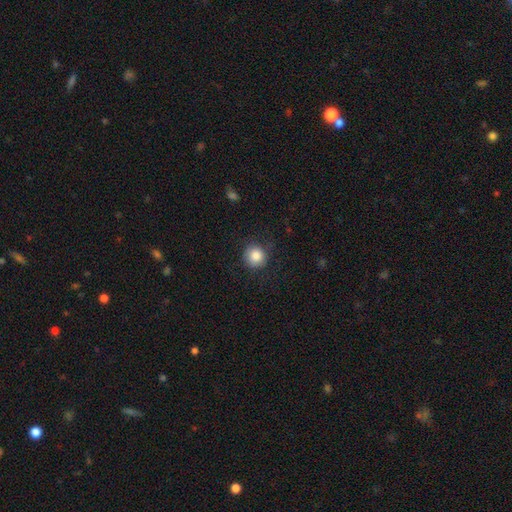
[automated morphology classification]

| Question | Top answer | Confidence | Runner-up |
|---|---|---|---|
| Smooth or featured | smooth | 85% | star or artifact (9%) |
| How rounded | round | 93% | in between (6%) |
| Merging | none | 84% | minor disturbance (11%) |